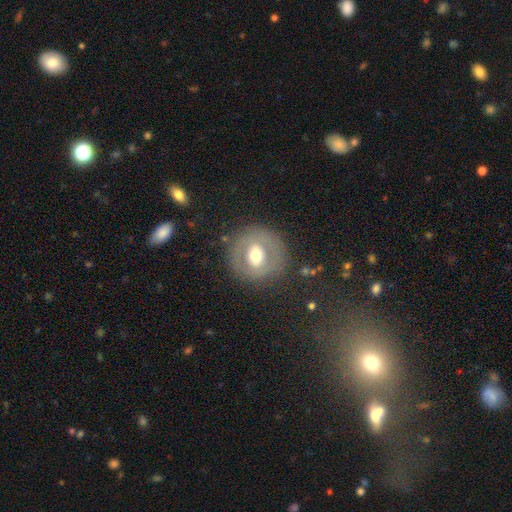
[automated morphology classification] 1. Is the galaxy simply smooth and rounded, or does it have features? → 46% featured or disk, 45% smooth, 8% star or artifact.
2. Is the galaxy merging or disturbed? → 80% none, 11% minor disturbance, 7% major disturbance, 2% merger.